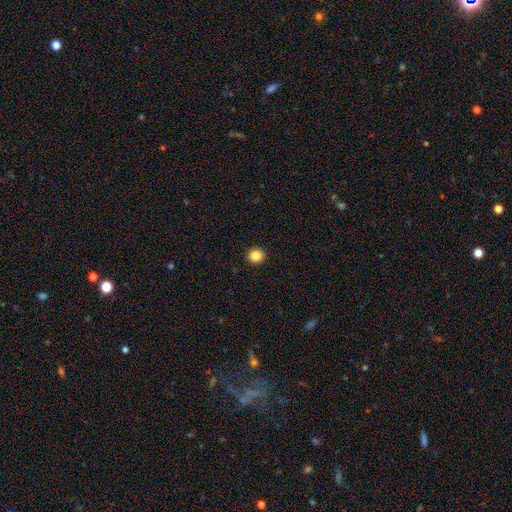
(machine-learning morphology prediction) smooth-or-featured: smooth: 86% | star or artifact: 10% | featured or disk: 4%
  how-rounded: round: 91% | in between: 8% | cigar-shaped: 1%
  merging: none: 93% | minor disturbance: 4% | major disturbance: 1% | merger: 1%